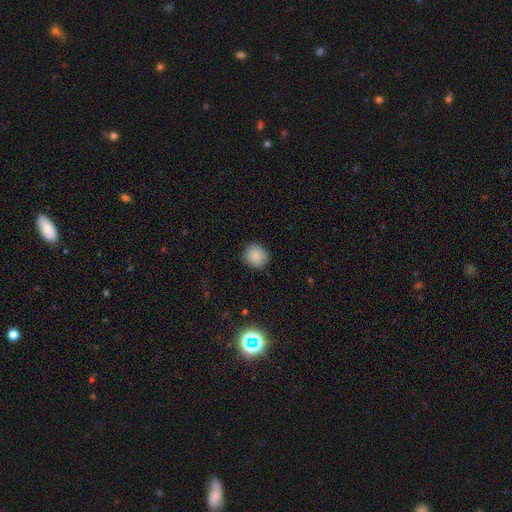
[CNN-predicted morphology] smooth_or_featured: smooth (p=0.87) [alt: star or artifact p=0.09]
how_rounded: round (p=0.84) [alt: in between p=0.15]
merging: none (p=0.85) [alt: minor disturbance p=0.11]